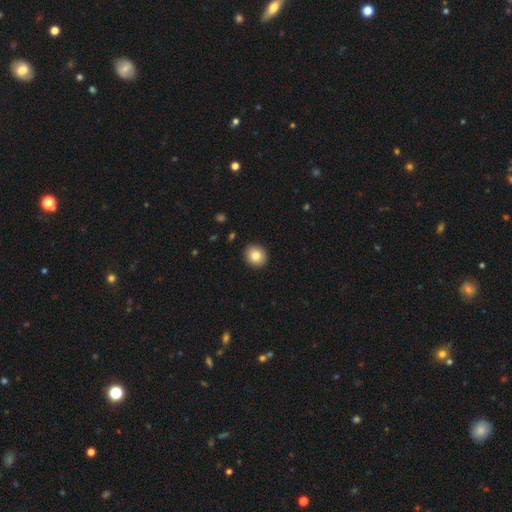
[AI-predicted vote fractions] This appears to be a smooth galaxy with no disk features (81%) that is round (81%). Merging: none (92%).